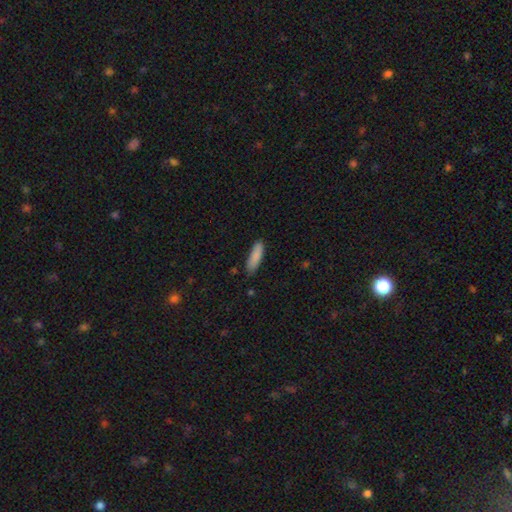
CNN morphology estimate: Overall: smooth (87%). How rounded: cigar-shaped (58%; in between 40%). Merging: none (80%).